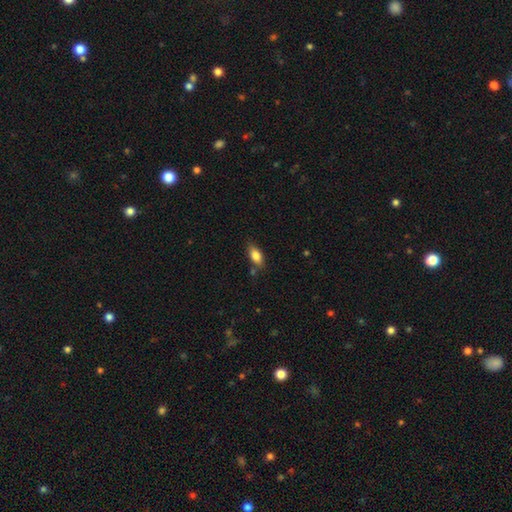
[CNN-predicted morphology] Overall: smooth (82%). How rounded: in between (87%). Merging: none (73%).